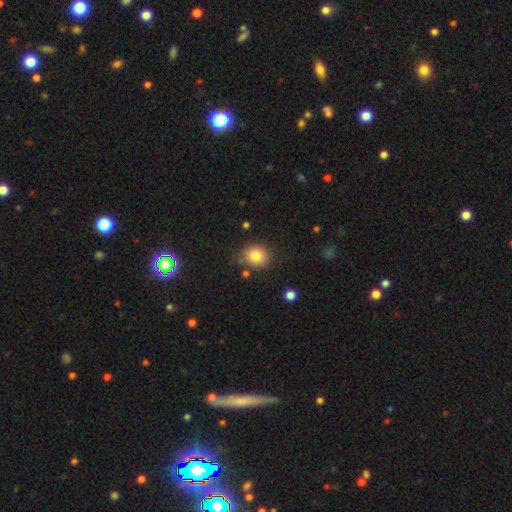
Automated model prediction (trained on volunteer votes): smooth 81%, star or artifact 10%, featured or disk 8%. Down the decision tree: how rounded — round (69%); merging — none (78%).